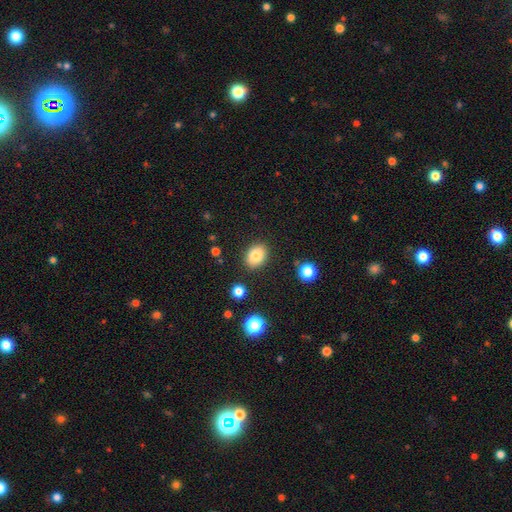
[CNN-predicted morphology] smooth 83%, star or artifact 9%, featured or disk 8%. Down the decision tree: how rounded — in between (68%); merging — none (87%).